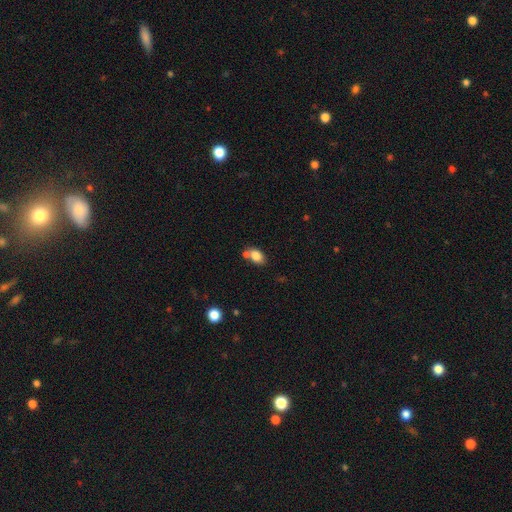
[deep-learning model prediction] Smooth or featured? Predicted: smooth (p=0.82). How rounded? Predicted: in between (p=0.80). Merging? Predicted: none (p=0.55).